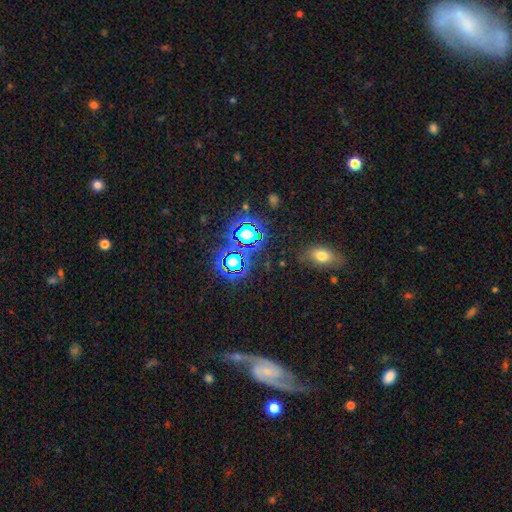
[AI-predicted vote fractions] Smooth or featured? star or artifact (55%)